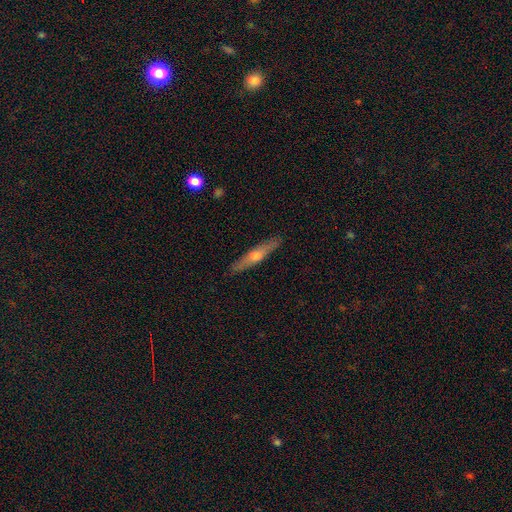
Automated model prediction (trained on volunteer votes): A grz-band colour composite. It shows a featured or disk galaxy (60%) viewed edge-on (94%) with a rounded central bulge (89%). Merging: none (91%).